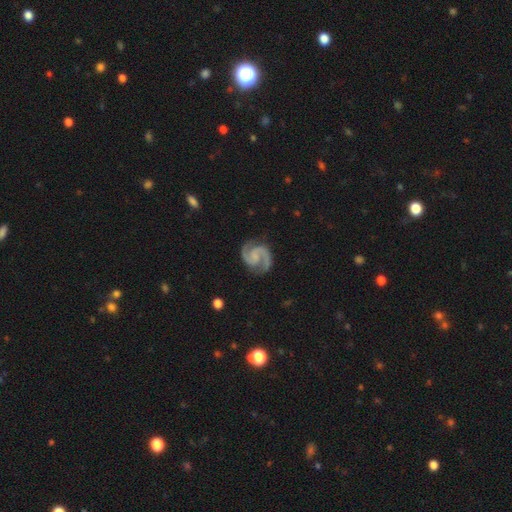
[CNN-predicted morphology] type=featured or disk (93%); edge-on=no (98%); bar=no (48%); spiral arms=yes (99%); winding=medium (60%); arm count=2 (94%); bulge=none (56%); merging=none (84%).